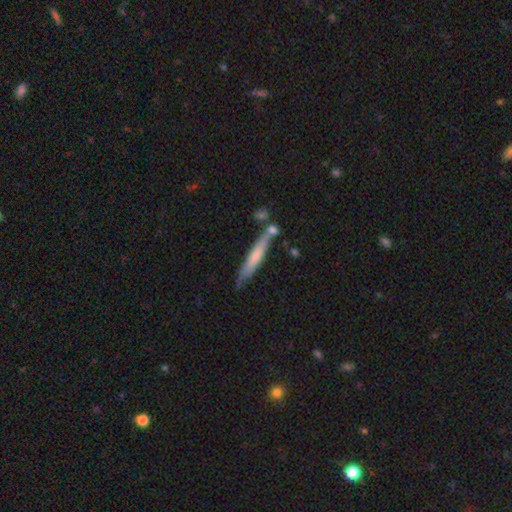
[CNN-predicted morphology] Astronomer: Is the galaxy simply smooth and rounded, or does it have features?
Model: smooth — 58% (runner-up: featured or disk, 36%).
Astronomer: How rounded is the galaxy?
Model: cigar-shaped — 92%.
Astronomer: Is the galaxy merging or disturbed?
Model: none — 67%.